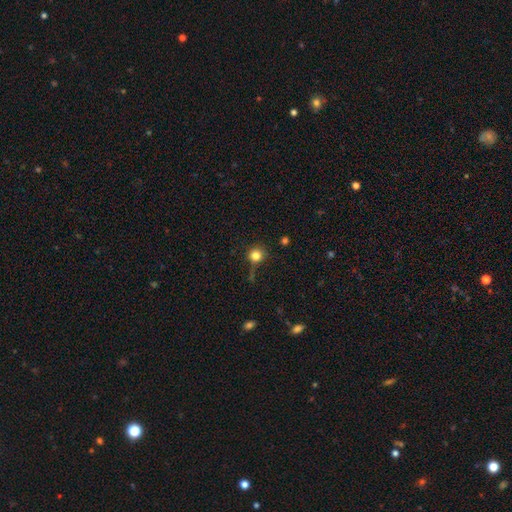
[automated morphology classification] Q: Smooth or featured?
A: smooth (81%); runner-up: star or artifact (13%)
Q: How rounded?
A: round (92%); runner-up: in between (7%)
Q: Merging?
A: none (73%); runner-up: minor disturbance (16%)